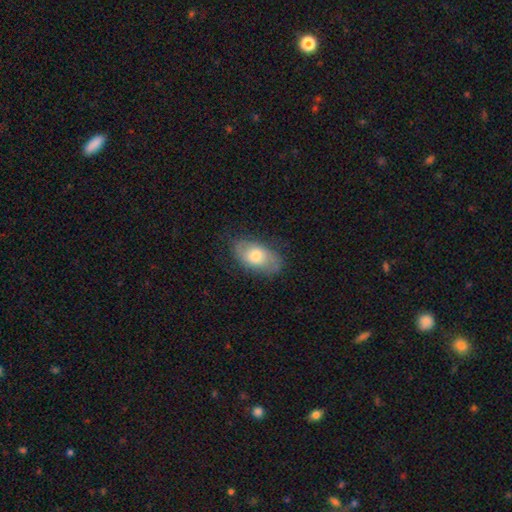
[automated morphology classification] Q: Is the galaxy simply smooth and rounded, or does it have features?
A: smooth — 61%.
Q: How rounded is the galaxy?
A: in between — 91%.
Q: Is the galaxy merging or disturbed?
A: none — 74%.